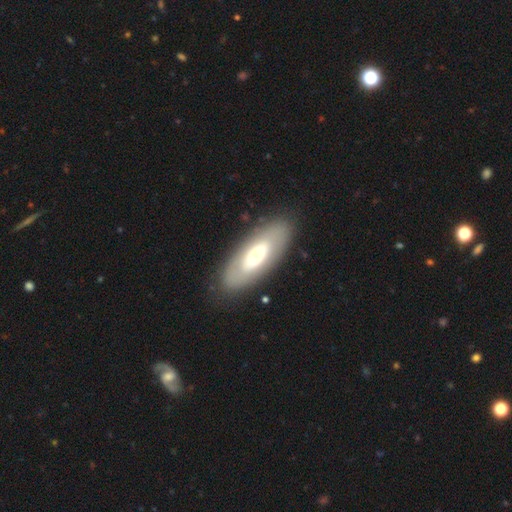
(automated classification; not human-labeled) Morphology: type=smooth (51%); roundness=in between (80%); merging=none (85%).